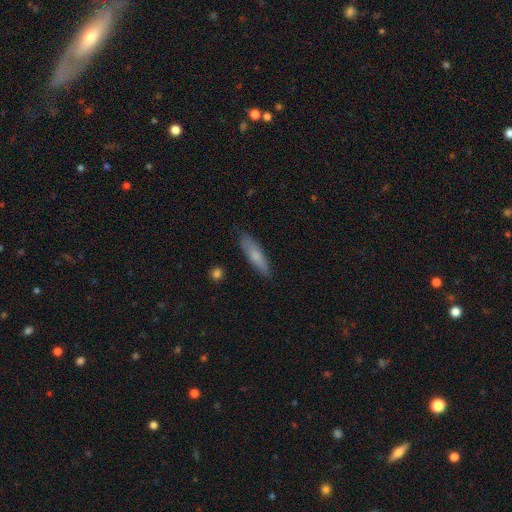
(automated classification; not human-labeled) Smooth or featured? Predicted: smooth (p=0.73). How rounded? Predicted: cigar-shaped (p=0.72). Merging? Predicted: none (p=0.84).